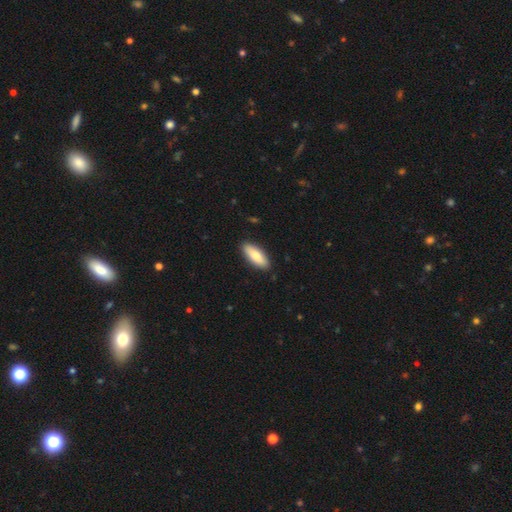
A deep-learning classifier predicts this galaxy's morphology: smooth-or-featured: smooth: 82% | featured or disk: 13% | star or artifact: 5%
  how-rounded: in between: 72% | cigar-shaped: 27% | round: 2%
  merging: none: 90% | minor disturbance: 8% | major disturbance: 2% | merger: 1%